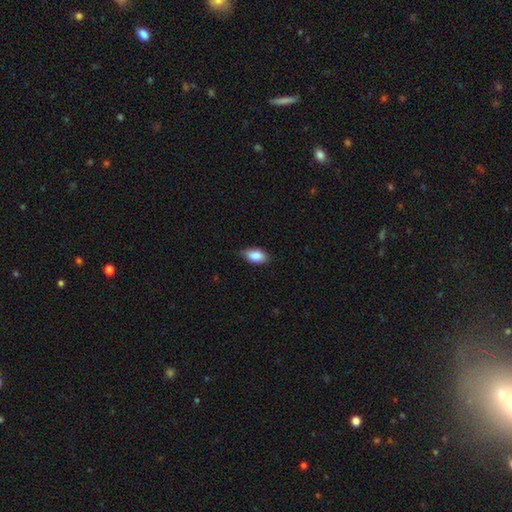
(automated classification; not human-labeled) Smooth or featured? Predicted: smooth (p=0.87). How rounded? Predicted: in between (p=0.91). Merging? Predicted: none (p=0.76).